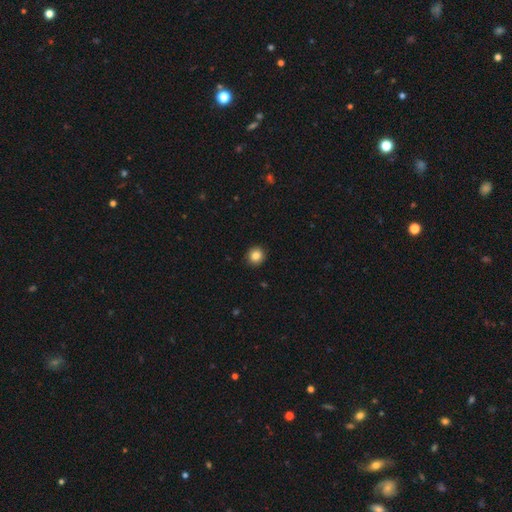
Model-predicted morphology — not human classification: A smooth galaxy with no disk features (85%) that is round (90%).

Vote fractions:
- Smooth or featured? smooth: 85% / star or artifact: 10% / featured or disk: 6%
- How rounded? round: 90% / in between: 9% / cigar-shaped: 1%
- Merging? none: 92% / minor disturbance: 5% / major disturbance: 2% / merger: 1%